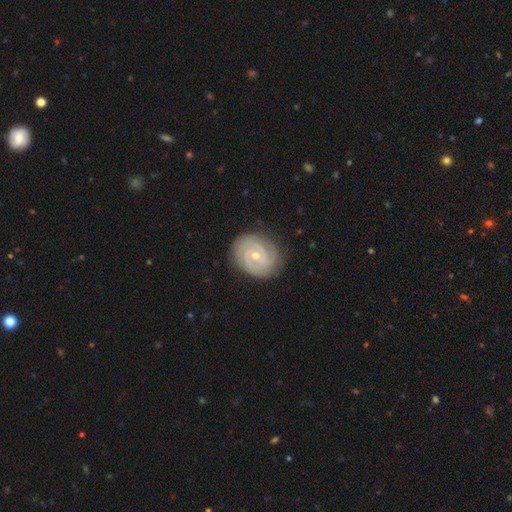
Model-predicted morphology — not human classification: Overall: featured or disk (90%). Edge-on disk: no (98%). Bar: no (46%; weak 42%). Spiral arms: yes (98%). Spiral arm count: 2 (60%; 3 20%). Spiral winding: tight (77%). Bulge size: small (61%; moderate 37%). Merging: none (84%).